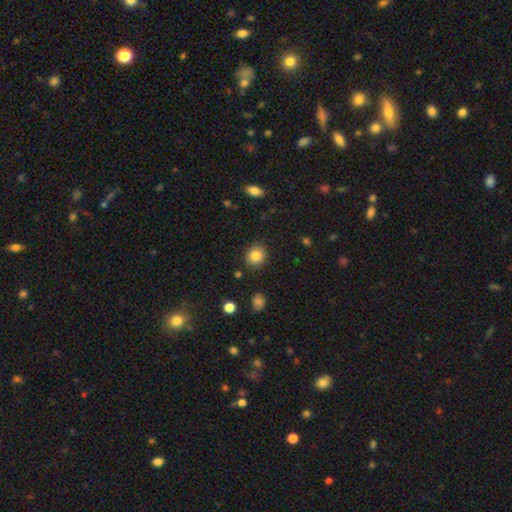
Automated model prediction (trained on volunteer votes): smooth-or-featured: smooth: 83% | star or artifact: 10% | featured or disk: 7%
  how-rounded: round: 76% | in between: 23% | cigar-shaped: 1%
  merging: none: 88% | minor disturbance: 8% | major disturbance: 2% | merger: 2%